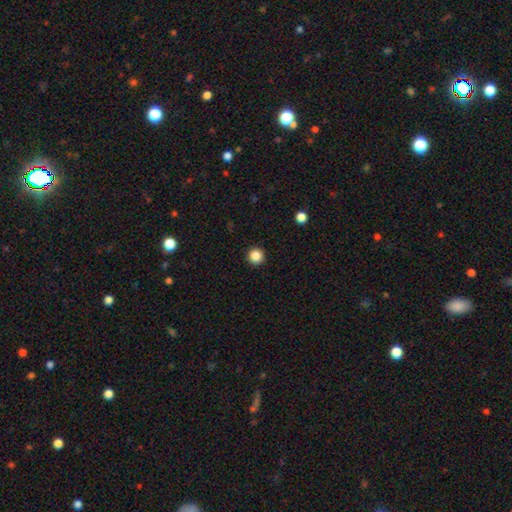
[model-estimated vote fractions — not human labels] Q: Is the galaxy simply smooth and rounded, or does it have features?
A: smooth — 86%.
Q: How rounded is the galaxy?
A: round — 96%.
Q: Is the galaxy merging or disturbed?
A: none — 93%.